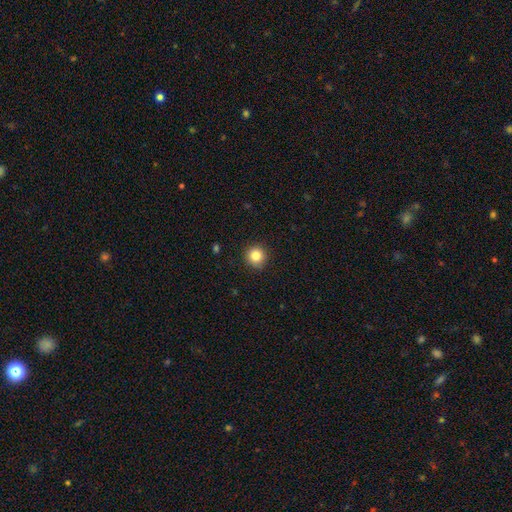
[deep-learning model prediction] A smooth galaxy with no disk features (84%) that is round (95%).

Vote fractions:
- Smooth or featured? smooth: 84% / star or artifact: 11% / featured or disk: 6%
- How rounded? round: 95% / in between: 4% / cigar-shaped: 1%
- Merging? none: 91% / minor disturbance: 6% / major disturbance: 2% / merger: 1%